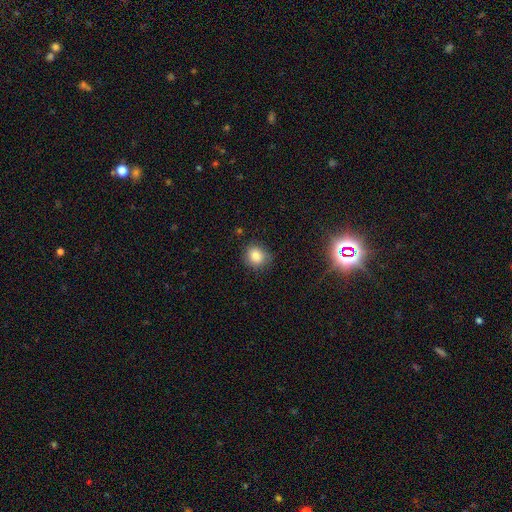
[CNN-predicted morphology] smooth_or_featured: smooth (p=0.83) [alt: star or artifact p=0.11]
how_rounded: round (p=0.75) [alt: in between p=0.24]
merging: none (p=0.79) [alt: minor disturbance p=0.15]